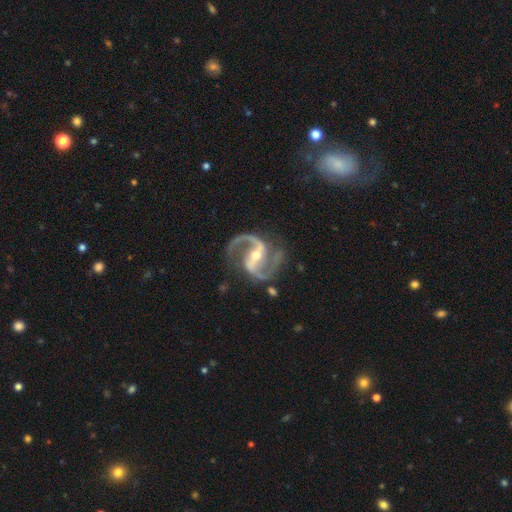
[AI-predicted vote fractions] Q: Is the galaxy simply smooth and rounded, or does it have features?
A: featured or disk — 93%.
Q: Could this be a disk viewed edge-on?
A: no — 98%.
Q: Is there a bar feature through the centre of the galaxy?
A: strong — 52%.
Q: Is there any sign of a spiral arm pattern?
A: yes — 98%.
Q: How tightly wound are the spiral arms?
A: medium — 60%.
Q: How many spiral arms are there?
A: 2 — 93%.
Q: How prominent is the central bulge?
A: moderate — 54%.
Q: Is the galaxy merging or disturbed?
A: none — 74%.